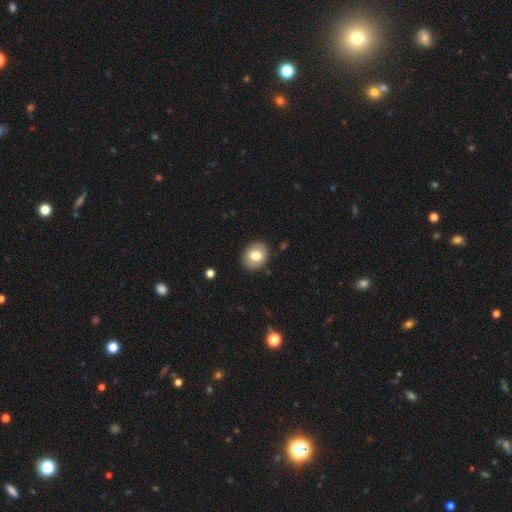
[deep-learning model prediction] smooth_or_featured: smooth (p=0.78) [alt: featured or disk p=0.14]
how_rounded: round (p=0.53) [alt: in between p=0.46]
merging: none (p=0.88) [alt: minor disturbance p=0.09]